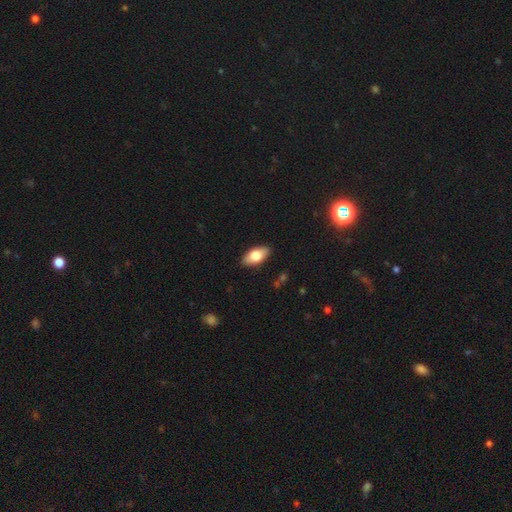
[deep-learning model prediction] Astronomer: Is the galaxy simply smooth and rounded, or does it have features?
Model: smooth — 74%.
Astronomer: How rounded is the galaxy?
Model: in between — 91%.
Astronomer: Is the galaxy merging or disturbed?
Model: none — 88%.